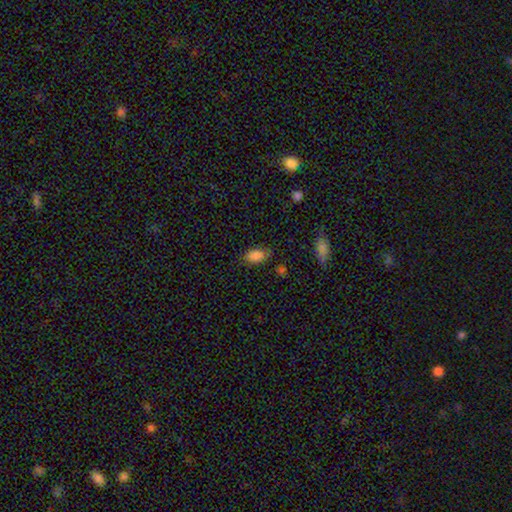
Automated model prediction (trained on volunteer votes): A smooth galaxy with no disk features (82%) that is in between round and cigar-shaped (91%).

Vote fractions:
- Smooth or featured? smooth: 82% / star or artifact: 13% / featured or disk: 6%
- How rounded? in between: 91% / round: 5% / cigar-shaped: 4%
- Merging? none: 74% / minor disturbance: 20% / major disturbance: 4% / merger: 2%